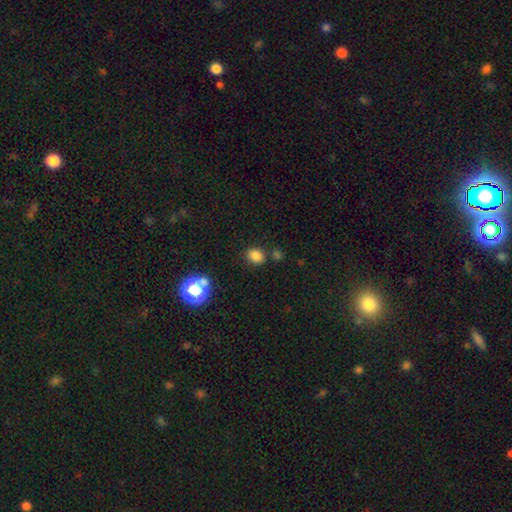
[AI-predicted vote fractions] The model was most divided on "how rounded": in between: 55%, round: 44%, cigar-shaped: 1%. More confident: smooth or featured — smooth (80%); merging — none (76%).